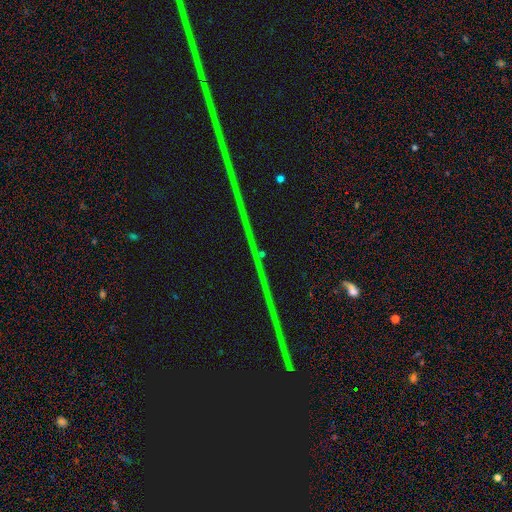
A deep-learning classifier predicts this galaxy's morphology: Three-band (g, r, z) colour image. It shows a star or artifact, not a galaxy (90%).